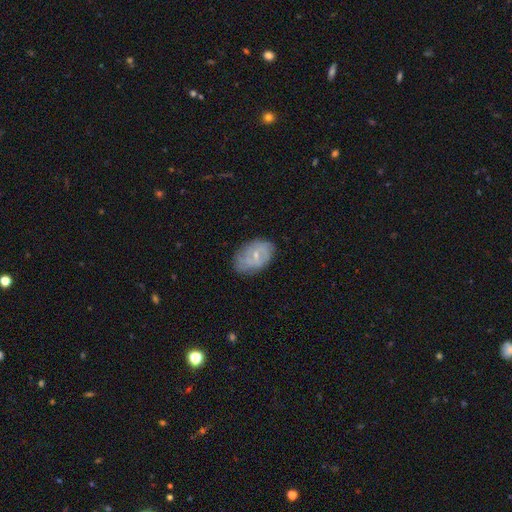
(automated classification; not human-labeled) smooth-or-featured: featured or disk: 55% | smooth: 36% | star or artifact: 8%
  disk-edge-on: no: 95% | yes: 5%
    bar: no: 48% | weak: 43% | strong: 8%
    has-spiral-arms: yes: 67% | no: 33%
    bulge-size: small: 66% | moderate: 27% | none: 4% | large: 1% | dominant: 1%
  merging: none: 73% | minor disturbance: 20% | major disturbance: 5% | merger: 1%